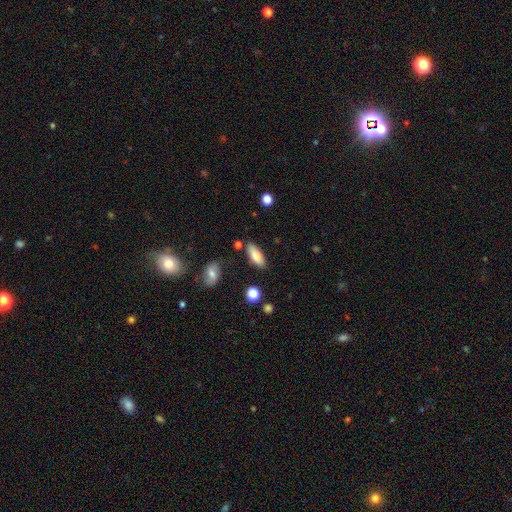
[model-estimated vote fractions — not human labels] Overall: smooth (82%). How rounded: in between (76%). Merging: none (81%).